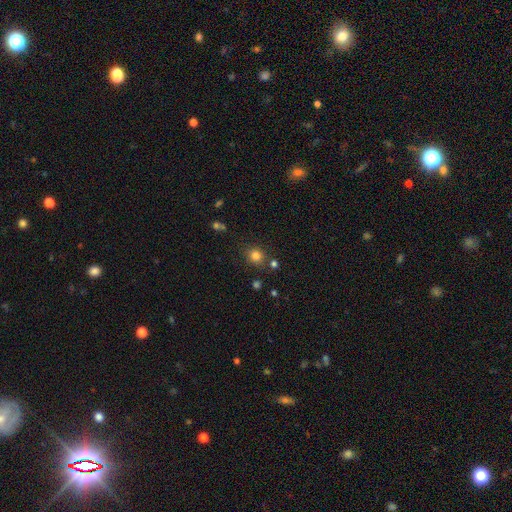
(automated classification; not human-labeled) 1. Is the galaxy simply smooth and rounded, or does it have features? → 80% smooth, 14% star or artifact, 6% featured or disk.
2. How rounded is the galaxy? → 80% round, 19% in between, 1% cigar-shaped.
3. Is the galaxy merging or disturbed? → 80% none, 10% minor disturbance, 7% merger, 3% major disturbance.